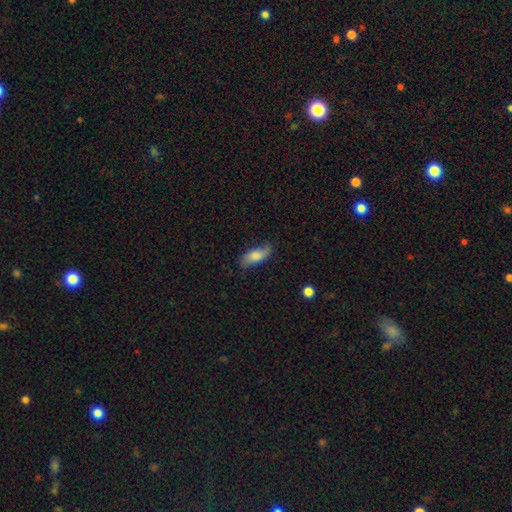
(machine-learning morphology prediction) The model was most divided on "merging": none: 69%, minor disturbance: 24%, major disturbance: 5%, merger: 2%. More confident: how rounded — in between (77%); smooth or featured — smooth (70%).